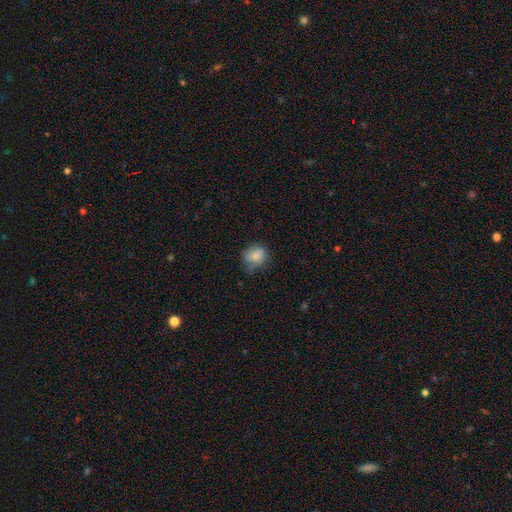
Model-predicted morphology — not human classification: Q: Smooth or featured?
A: smooth (80%); runner-up: featured or disk (10%)
Q: How rounded?
A: round (63%); runner-up: in between (36%)
Q: Merging?
A: none (57%); runner-up: minor disturbance (31%)